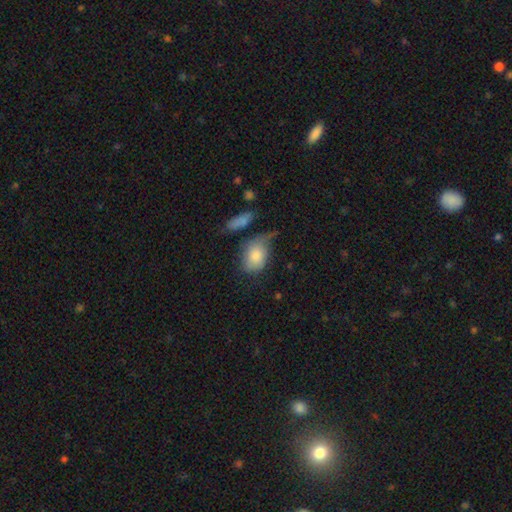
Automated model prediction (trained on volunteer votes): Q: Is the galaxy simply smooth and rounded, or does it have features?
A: smooth — 80%.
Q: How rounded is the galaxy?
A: in between — 77%.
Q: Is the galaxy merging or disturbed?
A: none — 37%.